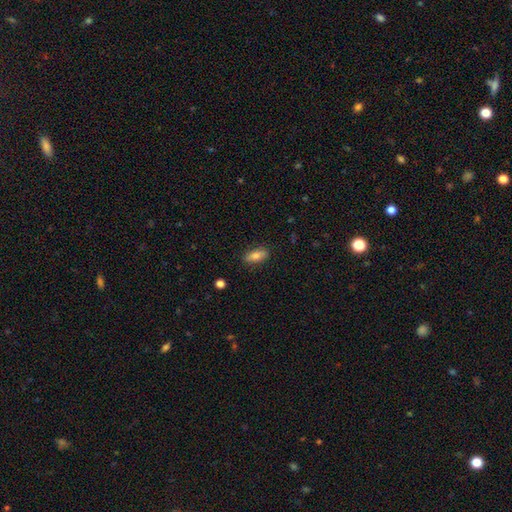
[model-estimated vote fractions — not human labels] This is likely a smooth galaxy (77%). How rounded: clearly in between (80%). Merging: clearly none (87%).